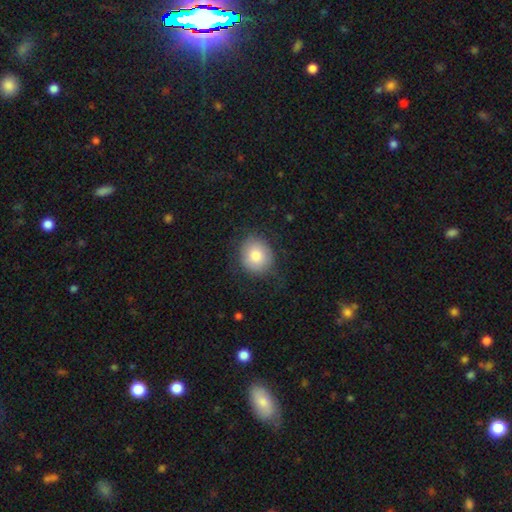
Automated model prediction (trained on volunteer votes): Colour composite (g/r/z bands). It shows a smooth galaxy with no disk features (80%) that is round (78%). Merging: none (77%).